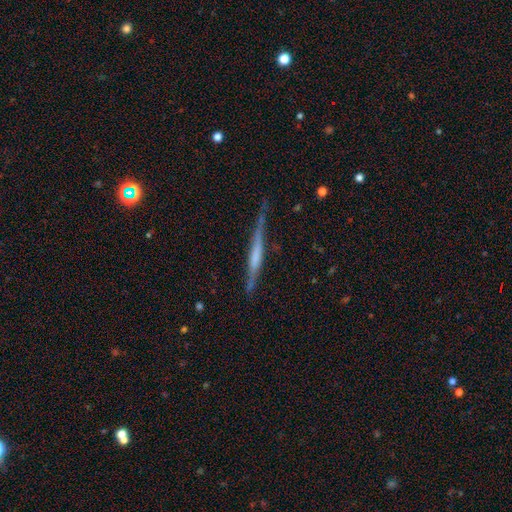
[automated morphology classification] type=featured or disk (61%); edge-on=yes (95%); edge-on bulge=none (54%); merging=none (69%).